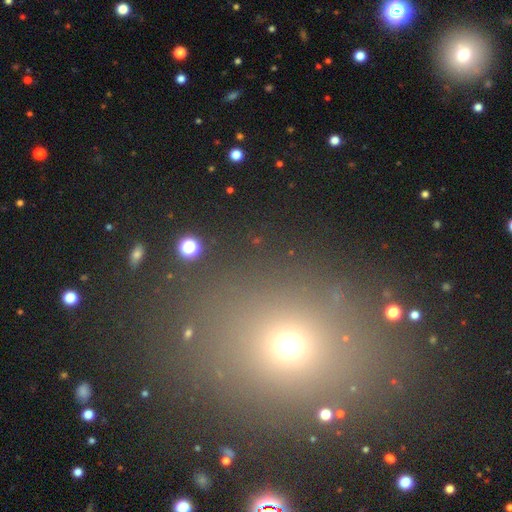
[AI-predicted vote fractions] Smooth or featured? smooth (55%)
How rounded? round (53%)
Merging? none (84%)